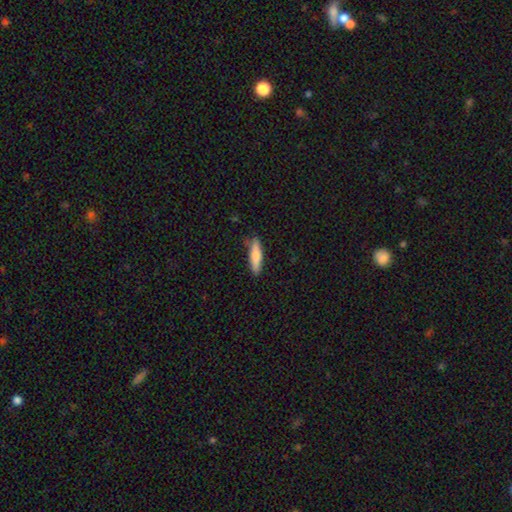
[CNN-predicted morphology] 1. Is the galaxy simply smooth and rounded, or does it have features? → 73% smooth, 22% featured or disk, 6% star or artifact.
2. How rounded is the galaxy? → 75% cigar-shaped, 24% in between, 2% round.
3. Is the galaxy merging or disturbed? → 82% none, 14% minor disturbance, 3% major disturbance, 2% merger.